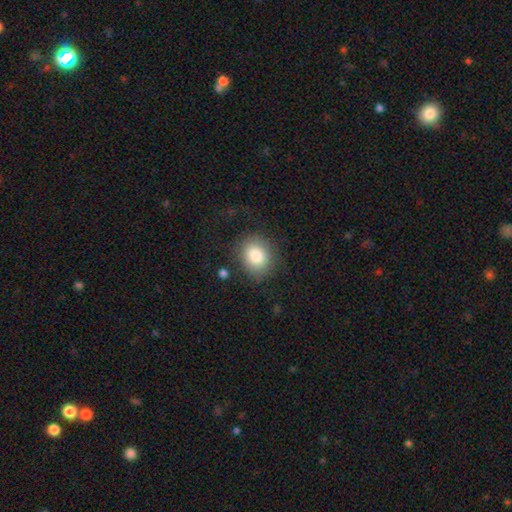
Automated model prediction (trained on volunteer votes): Smooth or featured? smooth (83%)
How rounded? round (55%)
Merging? none (79%)